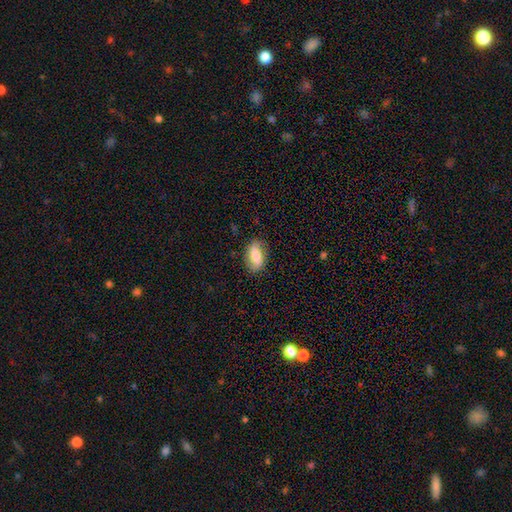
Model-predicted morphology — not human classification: Smooth or featured: smooth — 71% (featured or disk — 23%)
How rounded: in between — 87% (cigar-shaped — 8%)
Merging: none — 83% (minor disturbance — 13%)